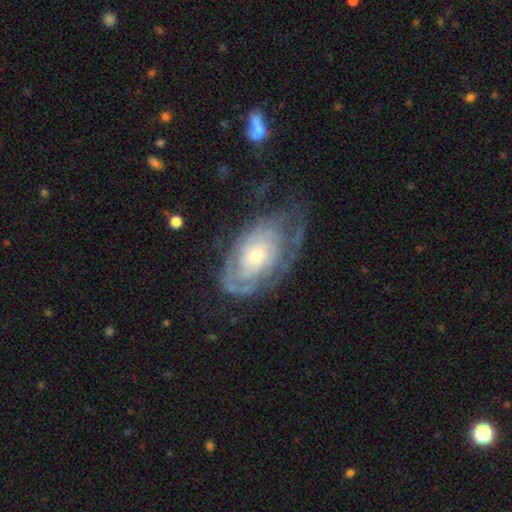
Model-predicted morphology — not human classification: The model was most divided on "bulge size": small: 60%, moderate: 35%, large: 3%, none: 1%, dominant: 1%. Remaining: edge-on disk — no (95%); spiral arms — yes (89%); smooth or featured — featured or disk (81%); bar — no (76%); spiral winding — tight (70%); merging — none (57%); spiral arm count — can't tell (50%).